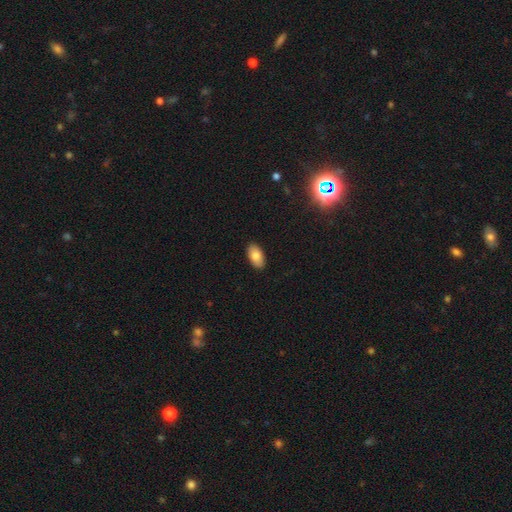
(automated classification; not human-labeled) Morphology: type=smooth (82%); roundness=in between (94%); merging=none (89%).